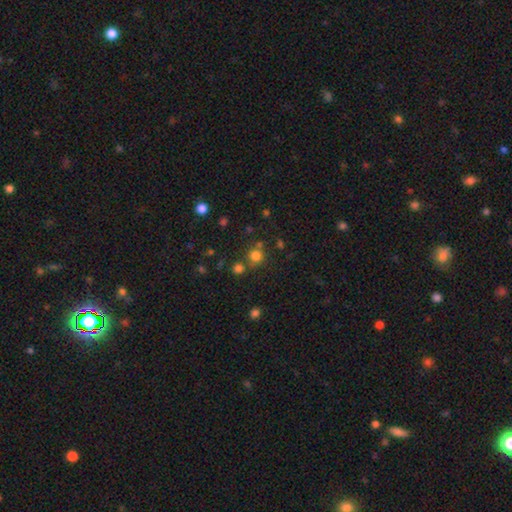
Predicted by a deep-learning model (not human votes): A smooth galaxy with no disk features (74%) that is round (91%). Merging: none (72%).